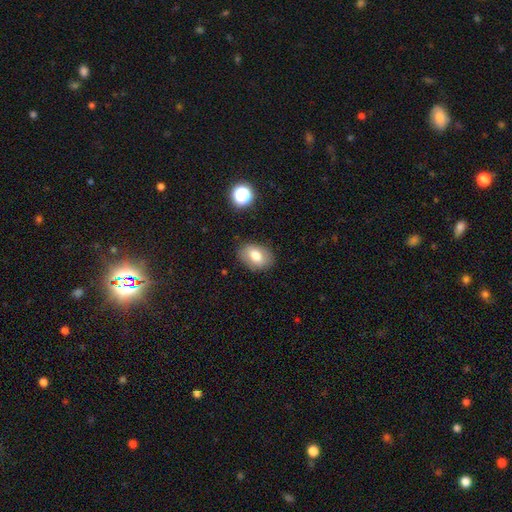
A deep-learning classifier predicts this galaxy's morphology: This appears to be a smooth galaxy with no disk features (75%) that is in between round and cigar-shaped (79%). Merging: none (84%).